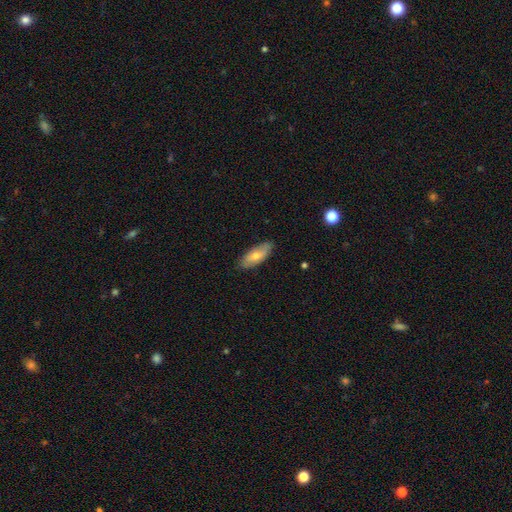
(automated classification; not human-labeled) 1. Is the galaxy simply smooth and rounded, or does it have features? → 64% smooth, 30% featured or disk, 6% star or artifact.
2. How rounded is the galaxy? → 72% in between, 25% cigar-shaped, 2% round.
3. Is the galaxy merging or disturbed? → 84% none, 13% minor disturbance, 2% major disturbance, 1% merger.